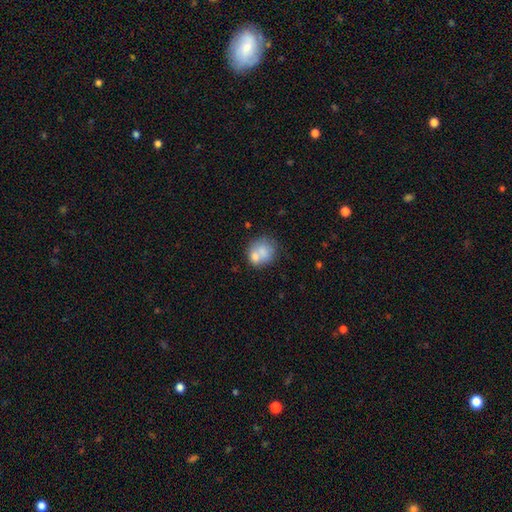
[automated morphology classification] This is likely a smooth galaxy (66%). How rounded: likely round (78%). Merging: likely none (65%).